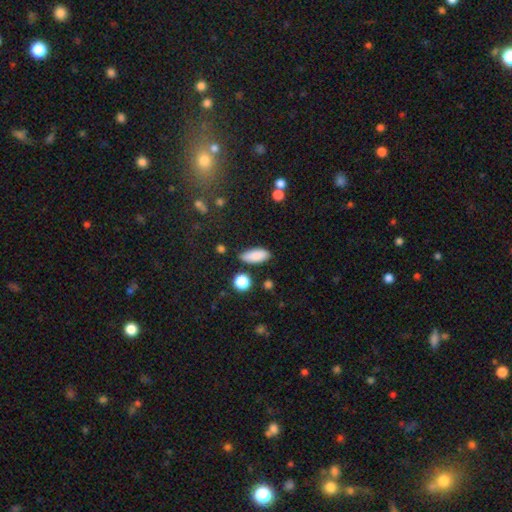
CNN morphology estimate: Q: Smooth or featured?
A: smooth (86%); runner-up: star or artifact (8%)
Q: How rounded?
A: in between (78%); runner-up: cigar-shaped (19%)
Q: Merging?
A: none (79%); runner-up: minor disturbance (14%)